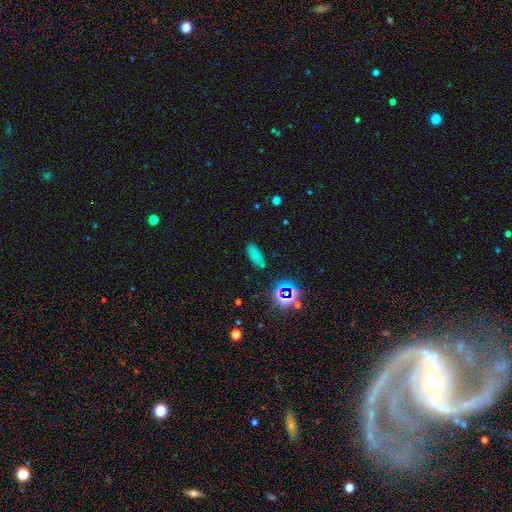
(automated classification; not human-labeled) This appears to be a smooth galaxy with no disk features (66%) that is in between round and cigar-shaped (86%). Merging: none (78%).